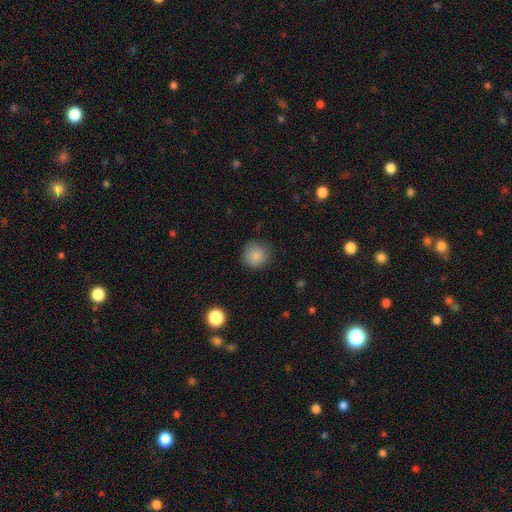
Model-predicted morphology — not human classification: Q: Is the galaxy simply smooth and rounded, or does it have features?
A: smooth — 86%.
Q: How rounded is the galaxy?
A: round — 93%.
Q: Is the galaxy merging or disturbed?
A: none — 82%.